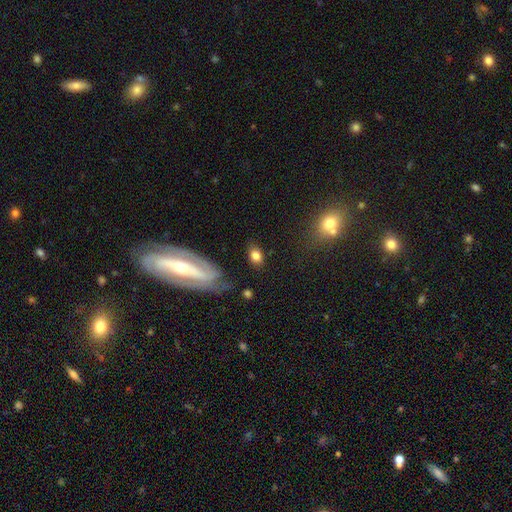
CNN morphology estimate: Overall: smooth (77%). How rounded: in between (73%). Merging: none (76%).